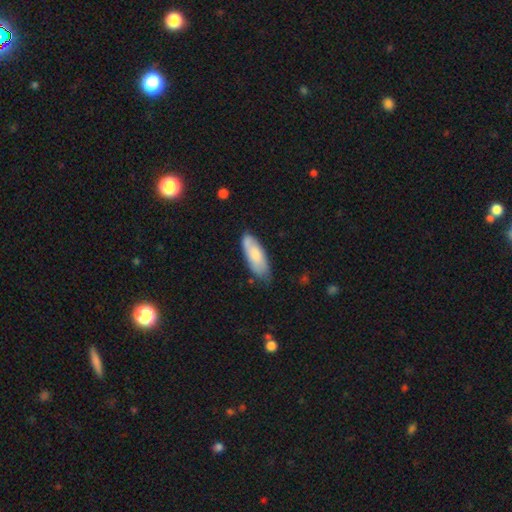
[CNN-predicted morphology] A smooth galaxy with no disk features (74%) that is in between round and cigar-shaped (75%).

Vote fractions:
- Smooth or featured? smooth: 74% / featured or disk: 21% / star or artifact: 5%
- How rounded? in between: 75% / cigar-shaped: 23% / round: 2%
- Merging? none: 67% / minor disturbance: 27% / major disturbance: 4% / merger: 2%